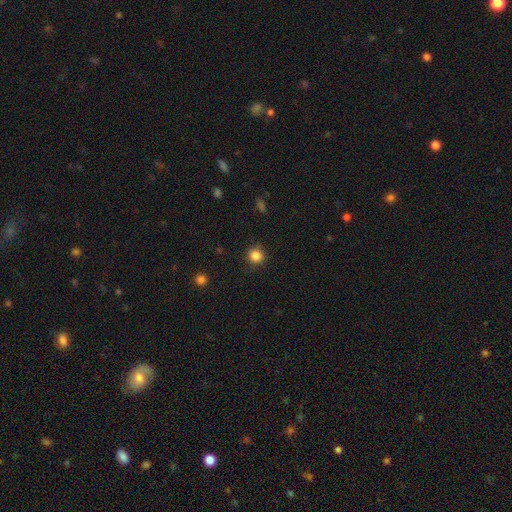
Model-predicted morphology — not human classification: This is clearly a smooth galaxy (85%). How rounded: clearly round (93%). Merging: clearly none (90%).